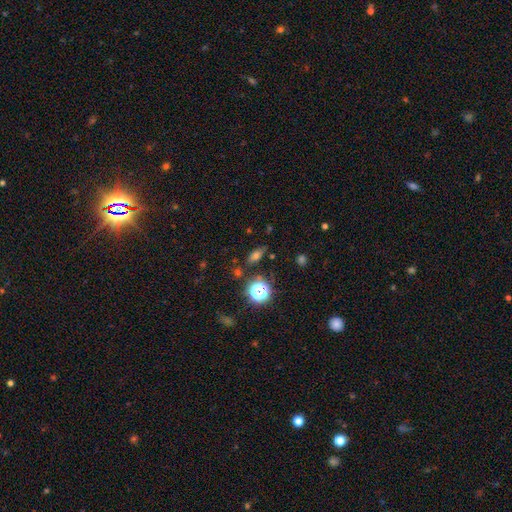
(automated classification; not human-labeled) Smooth or featured? Predicted: smooth (p=0.60). How rounded? Predicted: in between (p=0.67). Merging? Predicted: none (p=0.79).